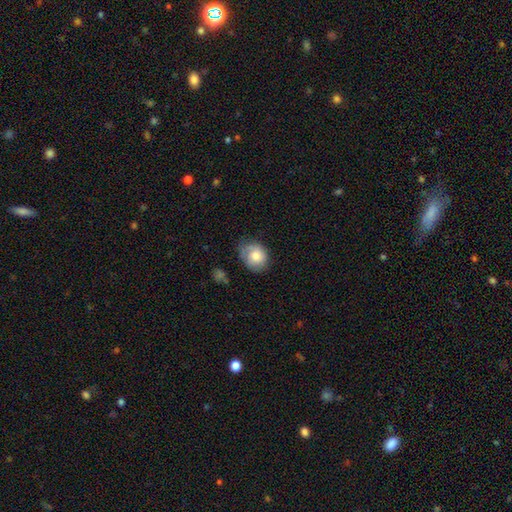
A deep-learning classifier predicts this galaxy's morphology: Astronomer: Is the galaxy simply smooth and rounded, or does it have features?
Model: smooth — 76%.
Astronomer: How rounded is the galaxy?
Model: round — 54% (runner-up: in between, 45%).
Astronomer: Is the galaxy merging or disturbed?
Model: none — 57%.